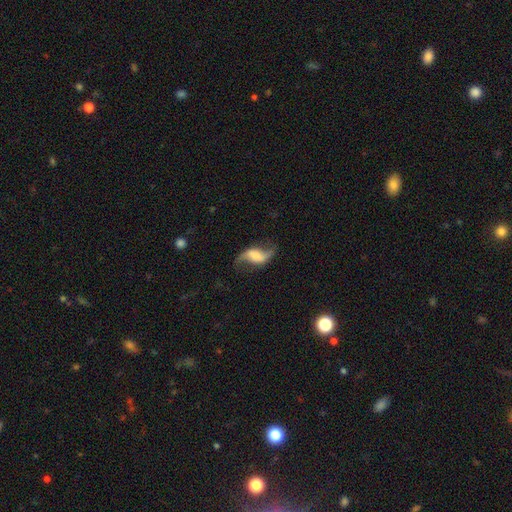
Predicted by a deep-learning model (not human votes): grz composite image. It shows a featured or disk galaxy (78%) with no bar (38%), 2 (93%) loose (86%) spiral arms (94%) and no central bulge (39%). Merging: none (70%).